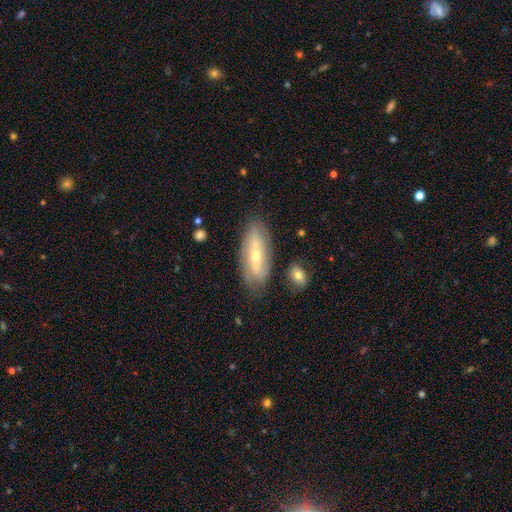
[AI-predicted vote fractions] featured or disk 57%, smooth 36%, star or artifact 7%. Down the decision tree: edge-on disk — no (76%); merging — none (77%).